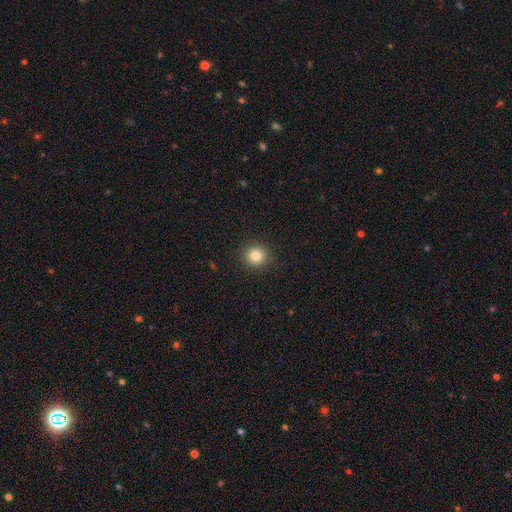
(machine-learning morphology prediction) Smooth or featured? smooth (82%)
How rounded? round (92%)
Merging? none (91%)